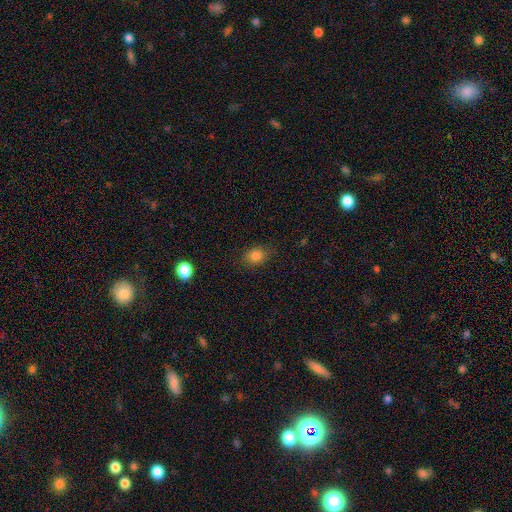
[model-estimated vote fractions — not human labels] Smooth or featured: smooth — 82% (star or artifact — 12%)
How rounded: in between — 52% (round — 46%)
Merging: none — 82% (minor disturbance — 13%)